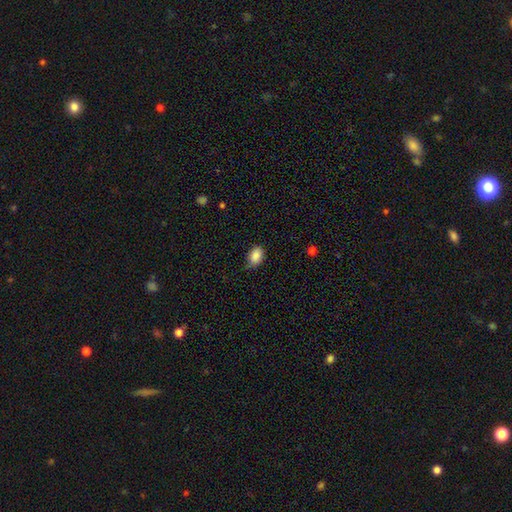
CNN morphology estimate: Smooth or featured?
  - smooth: 87% *
  - star or artifact: 8%
  - featured or disk: 4%
How rounded?
  - in between: 81% *
  - round: 18%
  - cigar-shaped: 1%
Merging?
  - none: 69% *
  - minor disturbance: 25%
  - major disturbance: 4%
  - merger: 1%